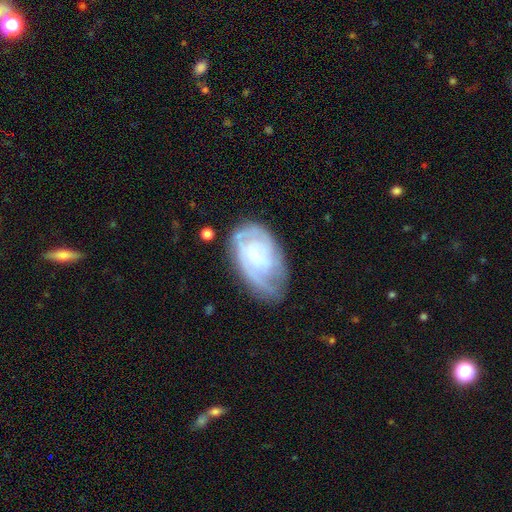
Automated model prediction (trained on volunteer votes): A featured or disk galaxy (70%) with no bar (48%), tight (54%) spiral arms (83%) and a small central bulge (56%).

Vote fractions:
- Smooth or featured? featured or disk: 70% / smooth: 23% / star or artifact: 7%
- Edge-on disk? no: 96% / yes: 4%
- Bar? no: 48% / weak: 42% / strong: 9%
- Spiral arms? yes: 83% / no: 17%
- Spiral winding? tight: 54% / medium: 35% / loose: 12%
- Spiral arm count? can't tell: 44% / 2: 29% / 3: 12% / 1: 9% / 4: 4% / more than 4: 3%
- Bulge size? small: 56% / moderate: 24% / none: 14% / large: 4% / dominant: 1%
- Merging? none: 56% / minor disturbance: 27% / major disturbance: 14% / merger: 3%